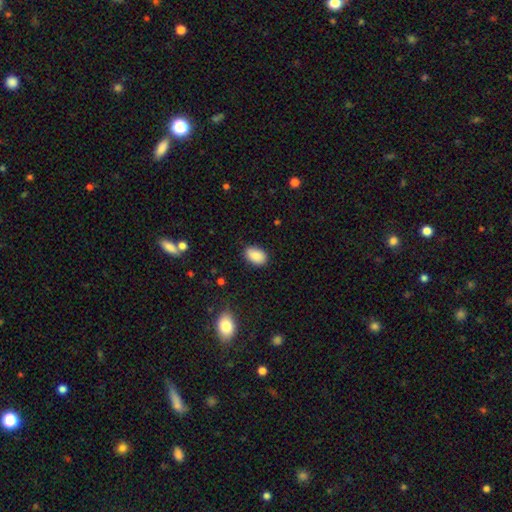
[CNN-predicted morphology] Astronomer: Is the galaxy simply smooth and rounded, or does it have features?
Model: smooth — 88%.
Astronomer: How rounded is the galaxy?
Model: in between — 89%.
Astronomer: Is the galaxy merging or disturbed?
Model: none — 86%.